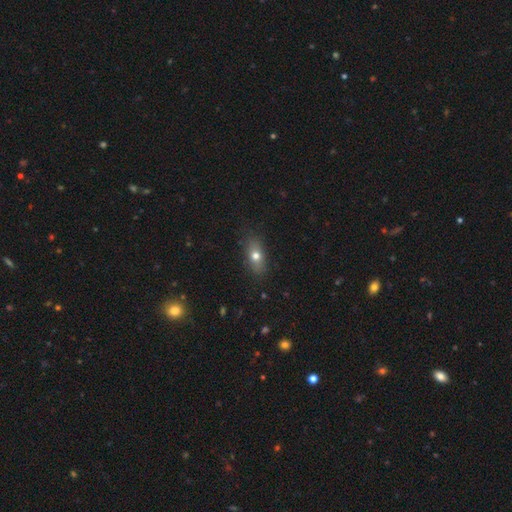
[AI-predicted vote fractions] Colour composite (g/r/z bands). It shows a smooth galaxy with no disk features (71%) that is in between round and cigar-shaped (75%). Merging: none (83%).